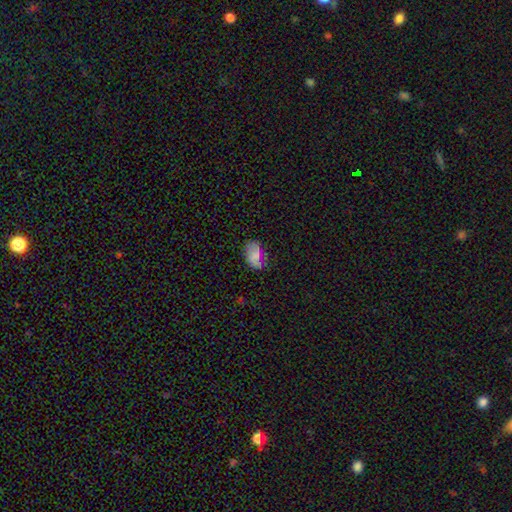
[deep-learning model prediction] Q: Smooth or featured?
A: smooth (71%); runner-up: featured or disk (17%)
Q: How rounded?
A: in between (90%); runner-up: round (9%)
Q: Merging?
A: none (61%); runner-up: minor disturbance (27%)